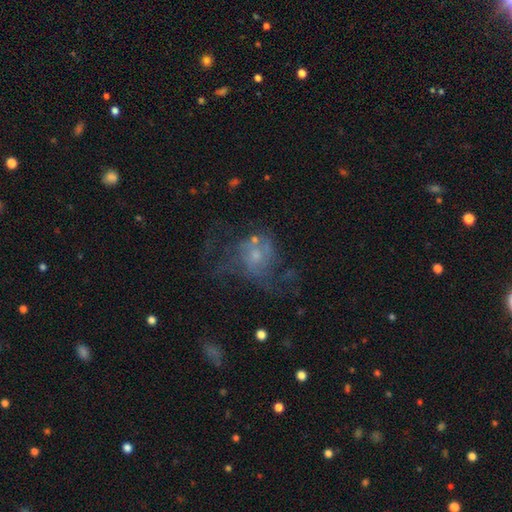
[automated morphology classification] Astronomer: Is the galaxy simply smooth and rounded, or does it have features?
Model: featured or disk — 57%.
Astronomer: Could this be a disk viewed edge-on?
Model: no — 97%.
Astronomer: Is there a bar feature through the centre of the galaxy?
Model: no — 82%.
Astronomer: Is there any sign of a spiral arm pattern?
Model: yes — 50%, tied with no at 50%.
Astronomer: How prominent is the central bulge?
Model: small — 46% (runner-up: moderate, 37%).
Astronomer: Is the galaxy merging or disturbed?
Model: major disturbance — 38% (runner-up: none, 37%).